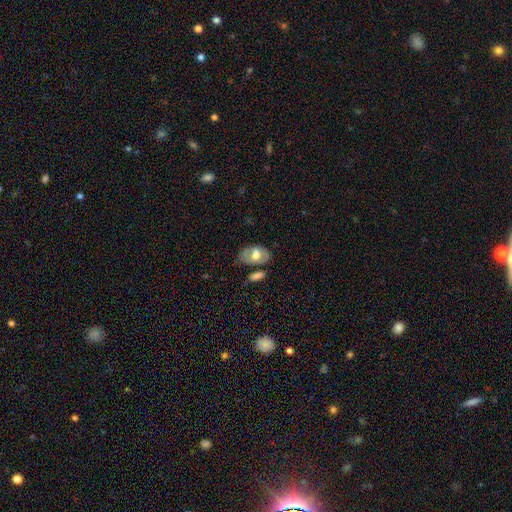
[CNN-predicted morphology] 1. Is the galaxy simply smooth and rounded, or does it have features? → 54% smooth, 39% featured or disk, 7% star or artifact.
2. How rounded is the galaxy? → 89% in between, 10% round, 2% cigar-shaped.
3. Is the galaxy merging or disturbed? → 55% none, 22% minor disturbance, 14% merger, 9% major disturbance.